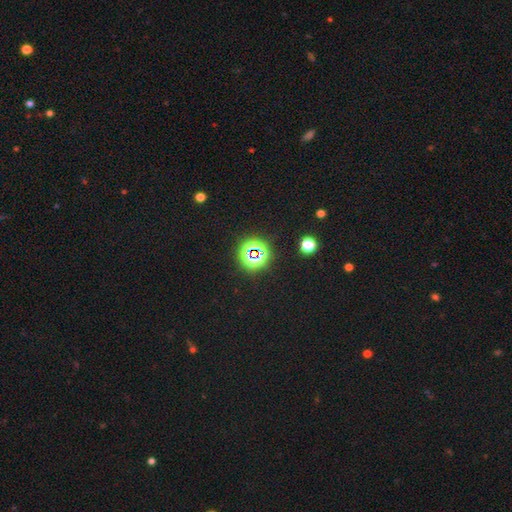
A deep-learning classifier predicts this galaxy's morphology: This appears to be a star or artifact, not a galaxy (71%).